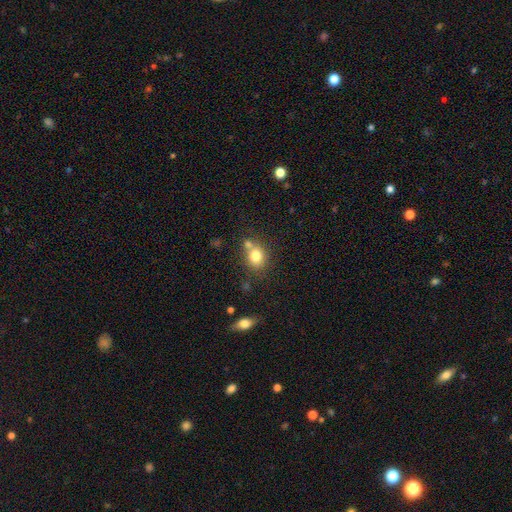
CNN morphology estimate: This appears to be a smooth galaxy with no disk features (78%) that is round (57%). Merging: none (54%).